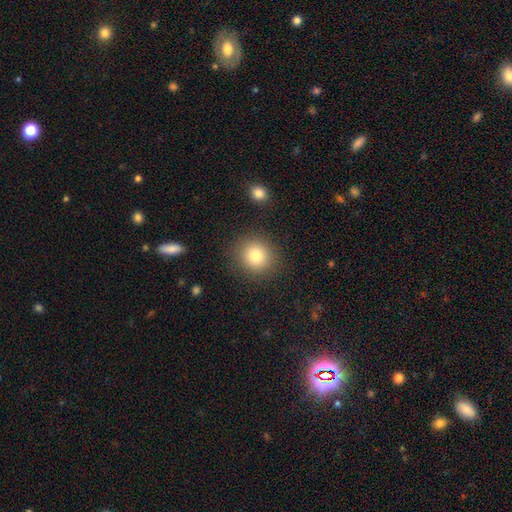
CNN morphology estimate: Q: Smooth or featured?
A: smooth (81%); runner-up: star or artifact (11%)
Q: How rounded?
A: round (88%); runner-up: in between (11%)
Q: Merging?
A: none (87%); runner-up: minor disturbance (8%)